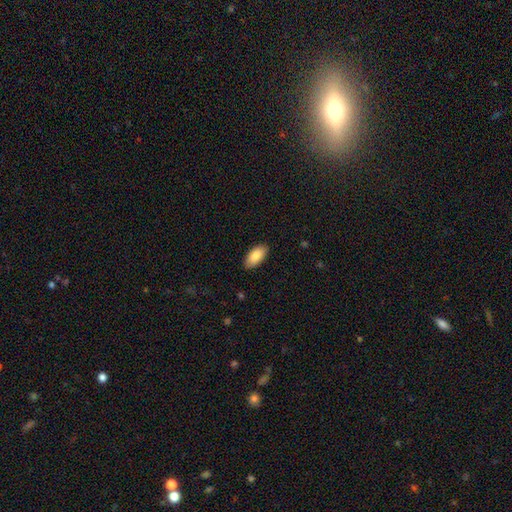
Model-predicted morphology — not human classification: This appears to be a smooth galaxy with no disk features (86%) that is in between round and cigar-shaped (93%). Merging: none (88%).